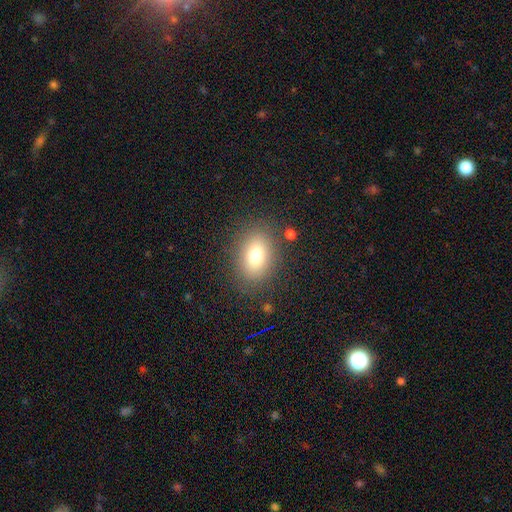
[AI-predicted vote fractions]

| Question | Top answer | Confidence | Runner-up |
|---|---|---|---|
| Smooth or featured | smooth | 76% | featured or disk (13%) |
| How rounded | in between | 76% | round (22%) |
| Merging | none | 83% | minor disturbance (11%) |